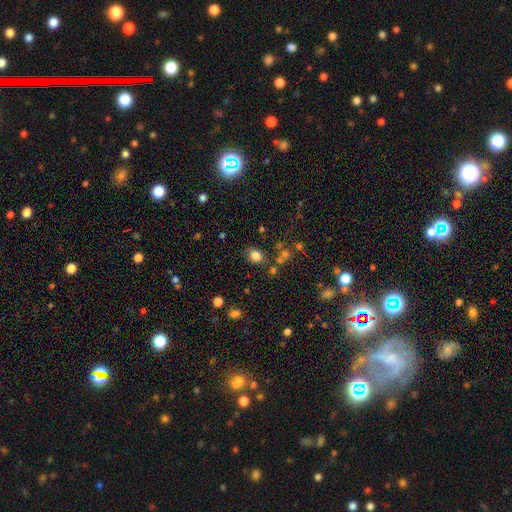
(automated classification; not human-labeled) Smooth or featured? smooth (80%)
How rounded? in between (56%)
Merging? none (76%)